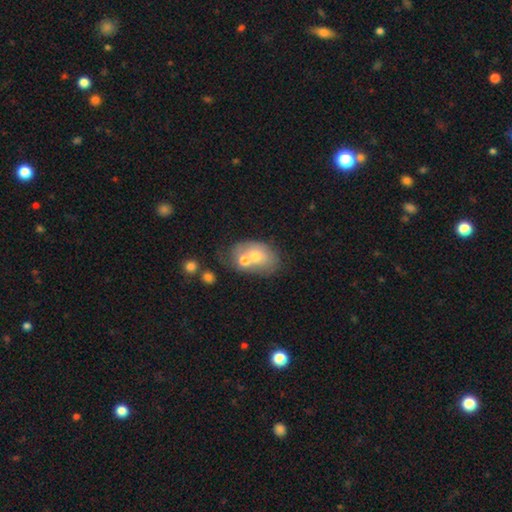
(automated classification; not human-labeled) This is possibly a smooth galaxy (57%). How rounded: likely in between (77%). Merging: possibly merger (53%).